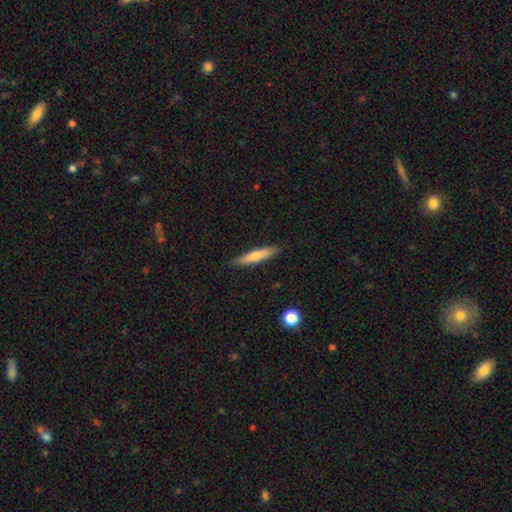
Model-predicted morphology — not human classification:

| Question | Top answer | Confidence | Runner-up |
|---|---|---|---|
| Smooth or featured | smooth | 65% | featured or disk (29%) |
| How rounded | cigar-shaped | 88% | in between (11%) |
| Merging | none | 89% | minor disturbance (9%) |